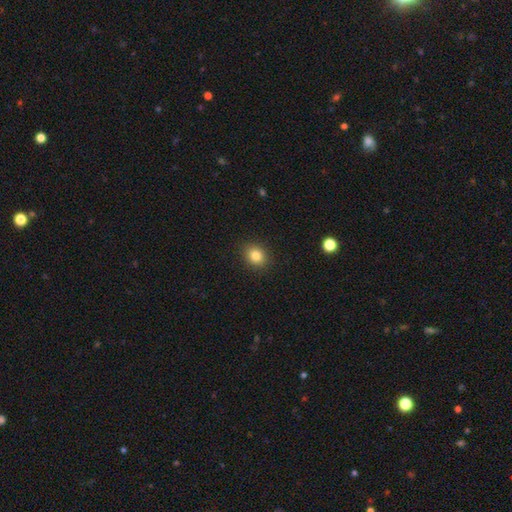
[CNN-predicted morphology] A smooth galaxy with no disk features (83%) that is round (70%). Merging: none (90%).